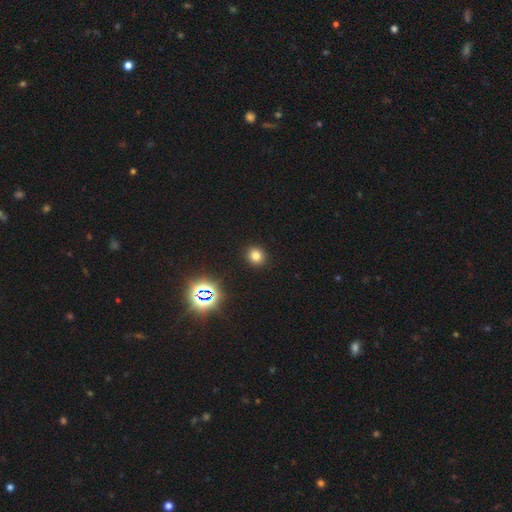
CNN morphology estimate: Smooth or featured?
  - smooth: 75% *
  - star or artifact: 18%
  - featured or disk: 6%
How rounded?
  - round: 83% *
  - in between: 16%
  - cigar-shaped: 1%
Merging?
  - none: 92% *
  - minor disturbance: 5%
  - major disturbance: 2%
  - merger: 1%